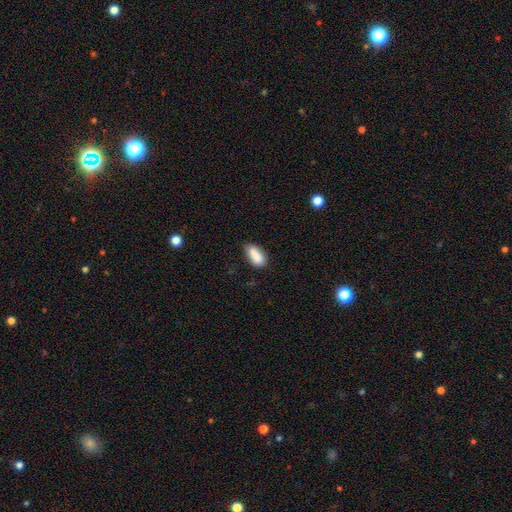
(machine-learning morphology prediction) Smooth or featured?
  - smooth: 86% *
  - star or artifact: 8%
  - featured or disk: 7%
How rounded?
  - in between: 84% *
  - cigar-shaped: 12%
  - round: 3%
Merging?
  - none: 70% *
  - minor disturbance: 22%
  - major disturbance: 4%
  - merger: 4%